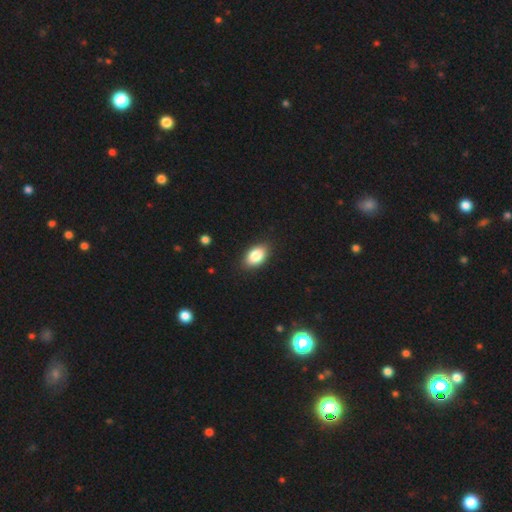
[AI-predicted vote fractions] smooth_or_featured: smooth (p=0.84) [alt: star or artifact p=0.08]
how_rounded: in between (p=0.89) [alt: round p=0.09]
merging: none (p=0.87) [alt: minor disturbance p=0.09]